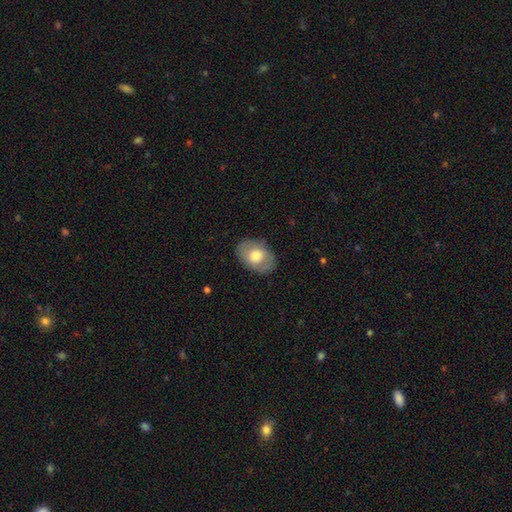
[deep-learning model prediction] Overall: smooth (63%; featured or disk 30%). How rounded: in between (80%). Merging: none (82%).